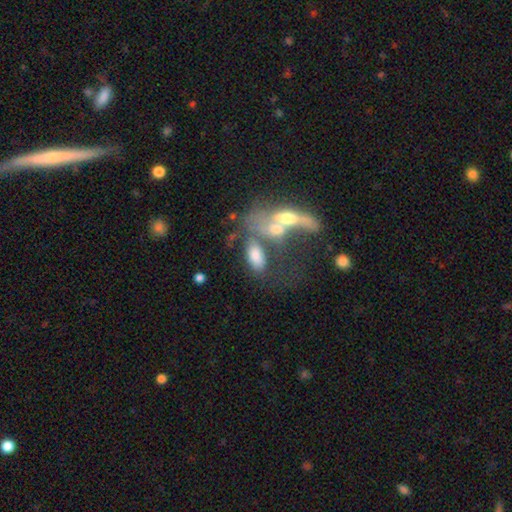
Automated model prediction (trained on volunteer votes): smooth-or-featured: smooth: 67% | featured or disk: 24% | star or artifact: 9%
  how-rounded: in between: 86% | cigar-shaped: 10% | round: 4%
  merging: merger: 58% | none: 21% | major disturbance: 11% | minor disturbance: 10%